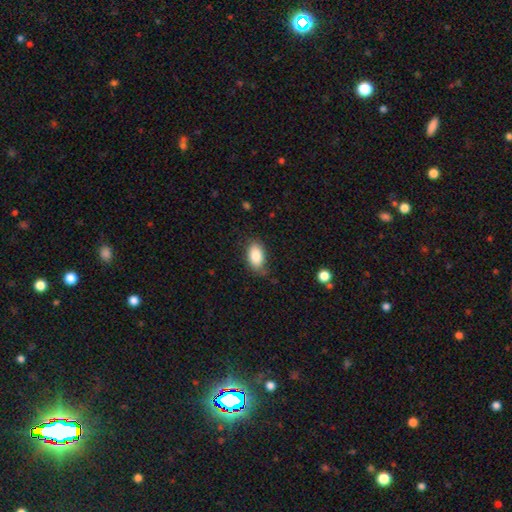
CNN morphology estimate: Smooth or featured: smooth — 85% (featured or disk — 8%)
How rounded: in between — 93% (round — 5%)
Merging: none — 73% (minor disturbance — 21%)